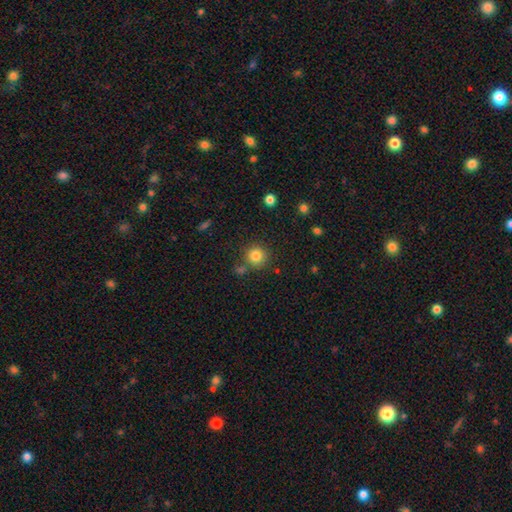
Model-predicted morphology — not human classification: Smooth or featured: smooth — 83% (star or artifact — 11%)
How rounded: round — 93% (in between — 6%)
Merging: none — 81% (minor disturbance — 8%)